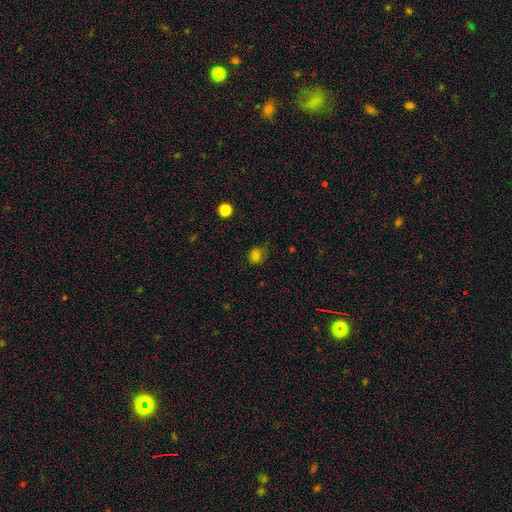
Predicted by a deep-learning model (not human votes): Smooth or featured?
  - smooth: 77% *
  - star or artifact: 17%
  - featured or disk: 7%
How rounded?
  - round: 65% *
  - in between: 34%
  - cigar-shaped: 1%
Merging?
  - none: 59% *
  - minor disturbance: 28%
  - major disturbance: 11%
  - merger: 2%